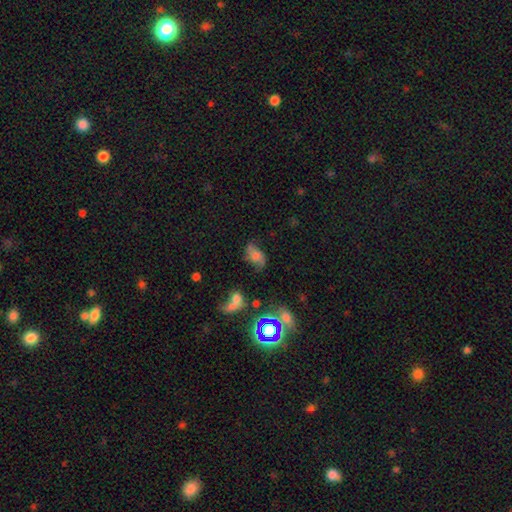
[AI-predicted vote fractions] This is possibly a smooth galaxy (51%). How rounded: clearly in between (84%). Merging: possibly none (54%).